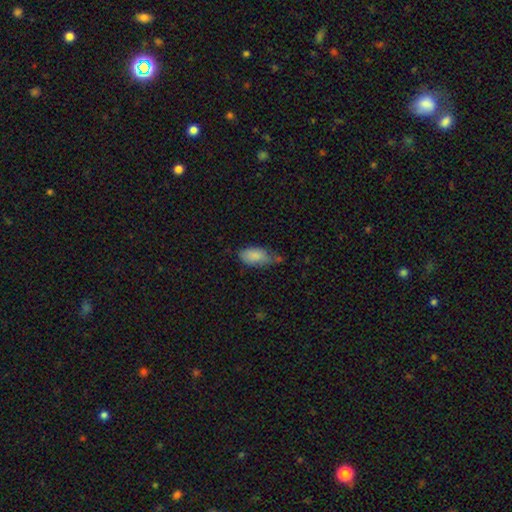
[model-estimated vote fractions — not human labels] This appears to be a smooth galaxy with no disk features (85%) that is in between round and cigar-shaped (91%). Merging: minor disturbance (43%).